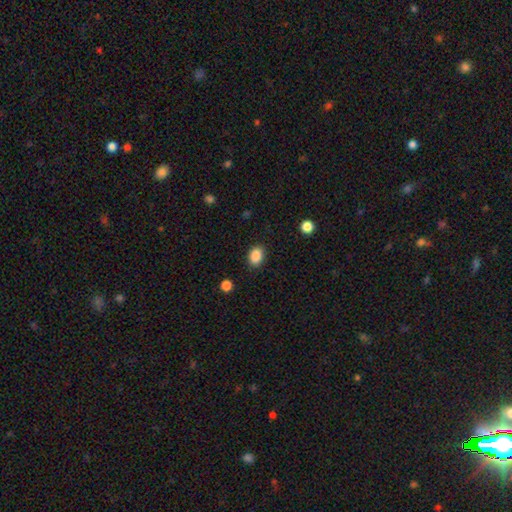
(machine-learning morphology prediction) smooth_or_featured: smooth (p=0.88) [alt: star or artifact p=0.09]
how_rounded: in between (p=0.70) [alt: round p=0.29]
merging: none (p=0.87) [alt: minor disturbance p=0.10]